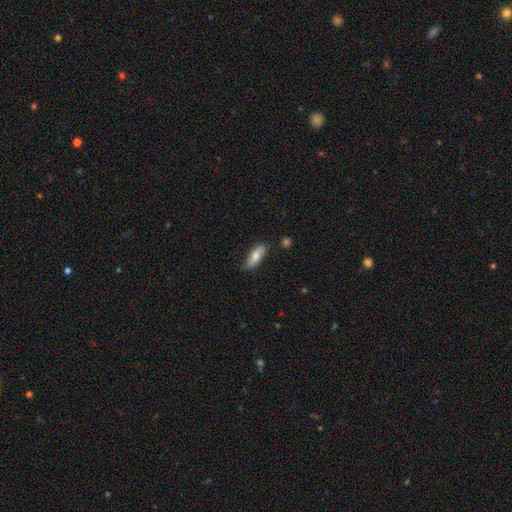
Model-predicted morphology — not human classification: Smooth or featured?
  - smooth: 67% *
  - featured or disk: 27%
  - star or artifact: 6%
How rounded?
  - in between: 57% *
  - cigar-shaped: 40%
  - round: 3%
Merging?
  - none: 74% *
  - minor disturbance: 20%
  - major disturbance: 3%
  - merger: 2%